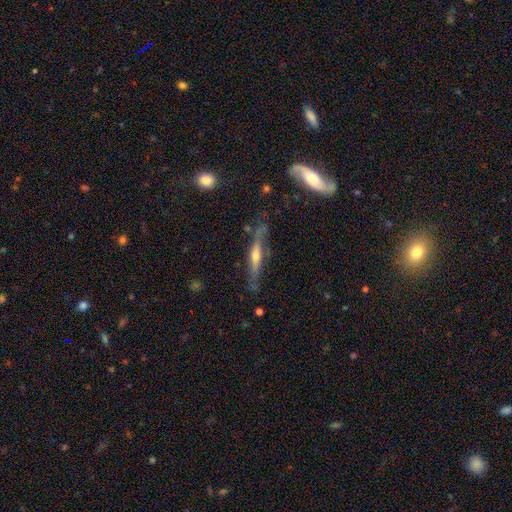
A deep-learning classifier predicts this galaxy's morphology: type=featured or disk (72%); edge-on=yes (92%); edge-on bulge=rounded (83%); merging=none (68%).